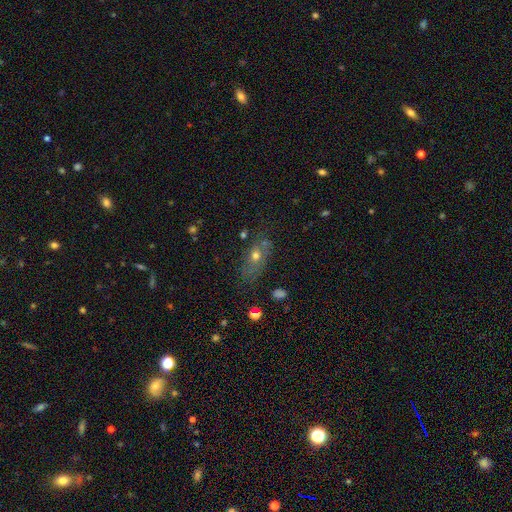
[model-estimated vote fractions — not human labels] Overall: smooth (57%; featured or disk 29%). How rounded: in between (71%). Merging: none (62%; minor disturbance 22%).